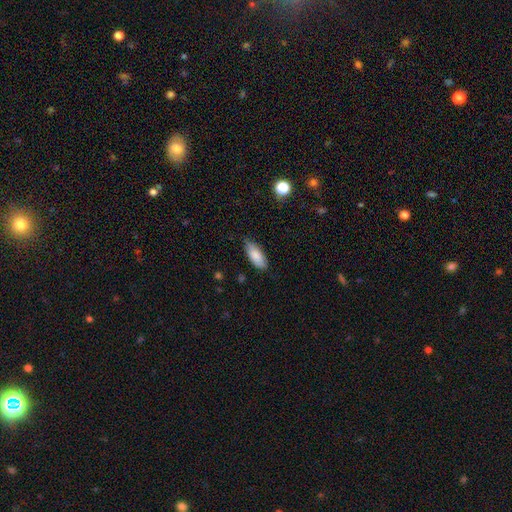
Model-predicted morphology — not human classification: Overall: smooth (84%). How rounded: in between (80%). Merging: none (75%).